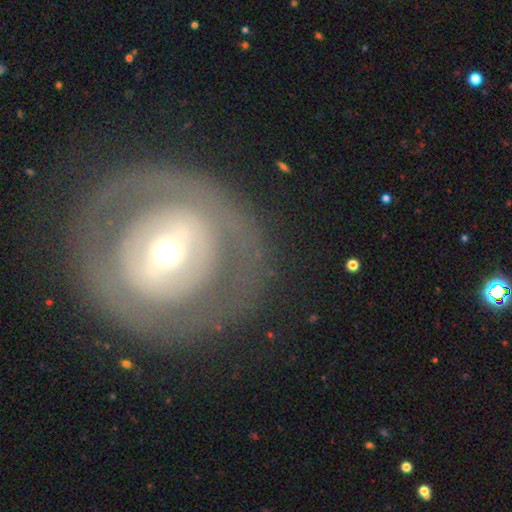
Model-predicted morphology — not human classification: Q: Smooth or featured?
A: featured or disk (65%); runner-up: smooth (27%)
Q: Edge-on disk?
A: no (93%); runner-up: yes (7%)
Q: Bar?
A: no (37%); runner-up: weak (32%)
Q: Spiral arms?
A: no (69%); runner-up: yes (31%)
Q: Bulge size?
A: moderate (46%); runner-up: small (45%)
Q: Merging?
A: none (79%); runner-up: minor disturbance (11%)